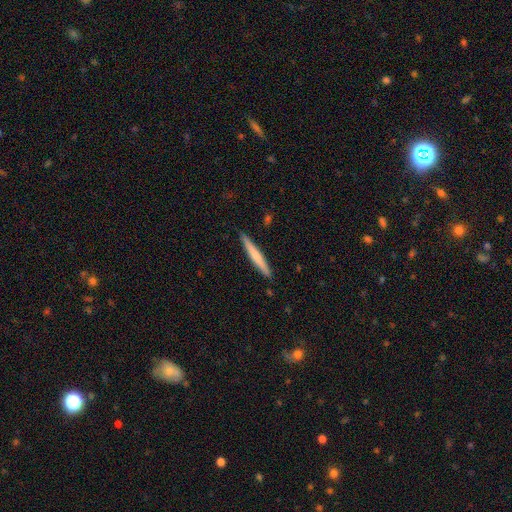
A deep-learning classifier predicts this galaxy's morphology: type=smooth (59%); roundness=cigar-shaped (96%); merging=none (91%).